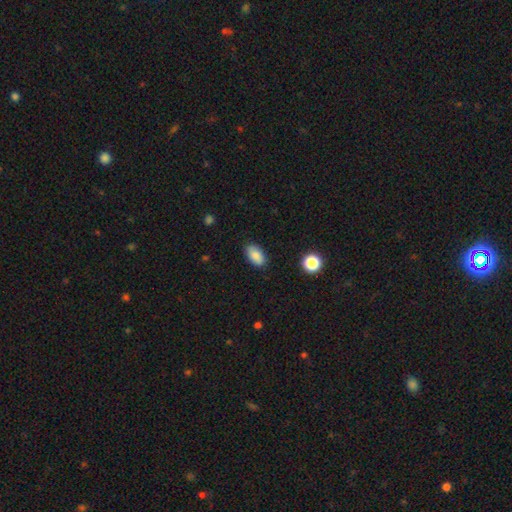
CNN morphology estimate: Q: Smooth or featured?
A: smooth (85%); runner-up: star or artifact (8%)
Q: How rounded?
A: in between (92%); runner-up: round (6%)
Q: Merging?
A: none (86%); runner-up: minor disturbance (11%)